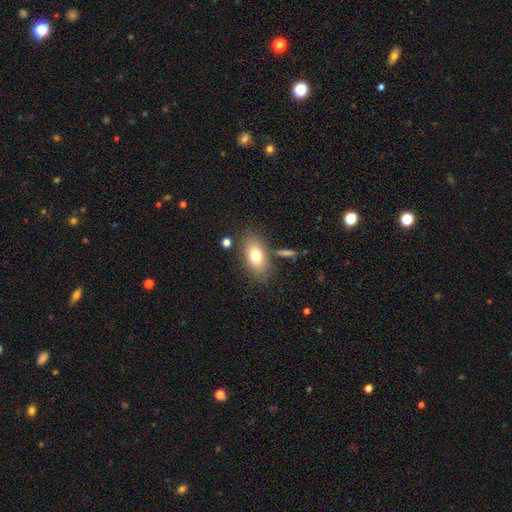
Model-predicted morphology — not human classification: This appears to be a smooth galaxy with no disk features (75%) that is in between round and cigar-shaped (87%). Merging: none (76%).